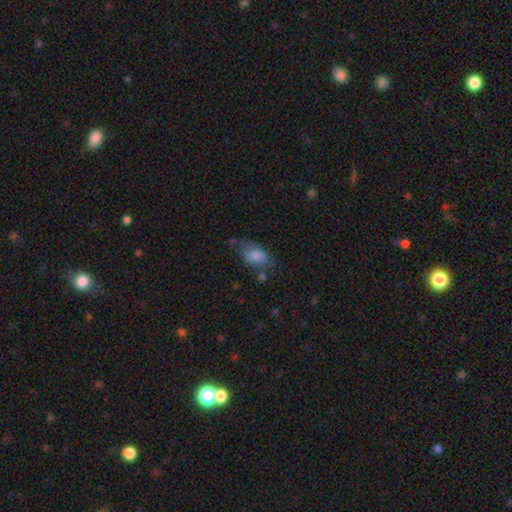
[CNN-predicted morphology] smooth-or-featured: smooth: 79% | featured or disk: 13% | star or artifact: 8%
  how-rounded: in between: 88% | round: 9% | cigar-shaped: 3%
  merging: none: 45% | minor disturbance: 31% | major disturbance: 17% | merger: 8%